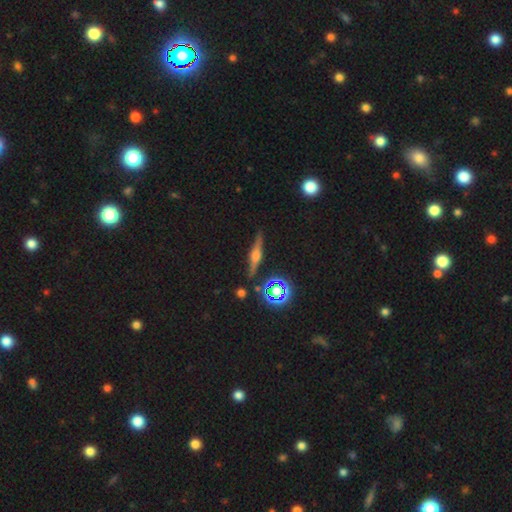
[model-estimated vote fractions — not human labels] Overall: featured or disk (69%). Edge-on disk: yes (96%). Edge-on bulge: rounded (90%). Merging: none (88%).